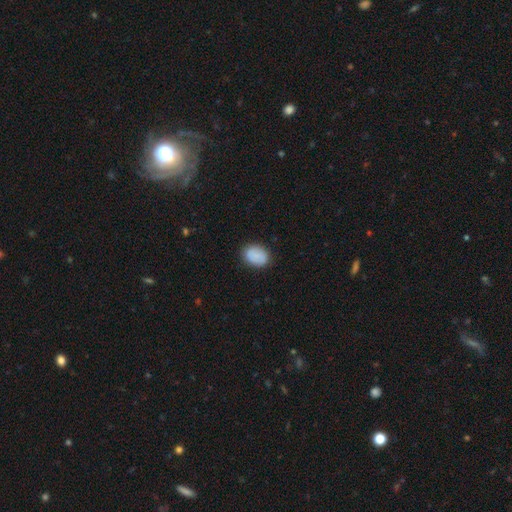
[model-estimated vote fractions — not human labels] Smooth or featured? smooth (87%)
How rounded? in between (73%)
Merging? none (85%)